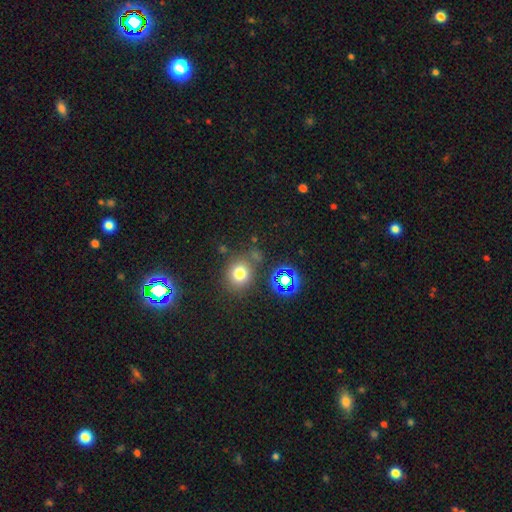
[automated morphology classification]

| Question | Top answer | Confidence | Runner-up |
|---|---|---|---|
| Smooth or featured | smooth | 61% | star or artifact (31%) |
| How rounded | round | 81% | in between (18%) |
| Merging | none | 78% | minor disturbance (10%) |